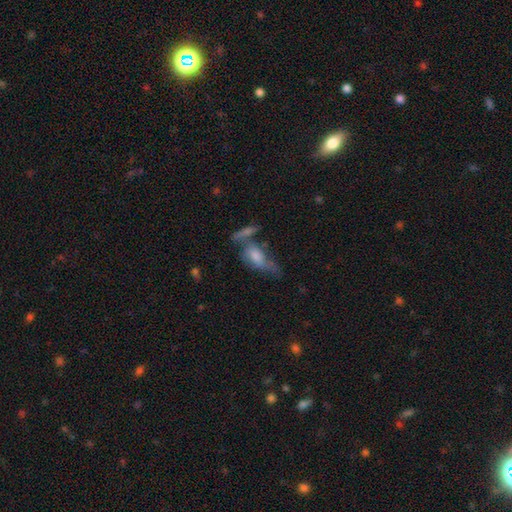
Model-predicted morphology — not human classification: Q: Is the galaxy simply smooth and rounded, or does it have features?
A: smooth — 51%.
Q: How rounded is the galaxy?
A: in between — 71%.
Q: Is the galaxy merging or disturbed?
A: none — 35%.